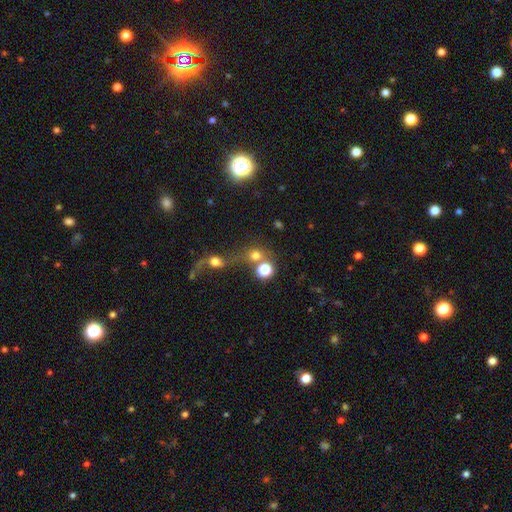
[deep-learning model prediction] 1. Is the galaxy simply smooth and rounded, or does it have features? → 67% smooth, 20% star or artifact, 12% featured or disk.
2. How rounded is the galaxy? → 83% round, 15% in between, 2% cigar-shaped.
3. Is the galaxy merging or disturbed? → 42% none, 39% merger, 11% major disturbance, 8% minor disturbance.